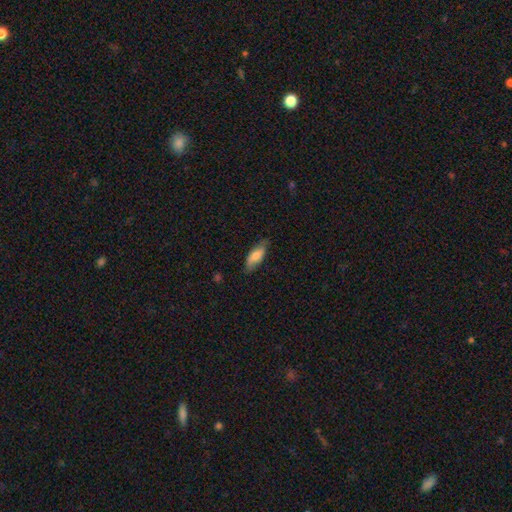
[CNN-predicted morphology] Smooth or featured? smooth (72%)
How rounded? in between (72%)
Merging? none (75%)